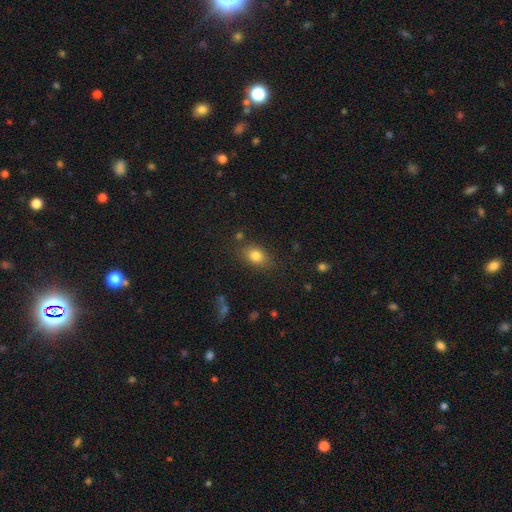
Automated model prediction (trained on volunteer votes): Morphology: type=smooth (82%); roundness=in between (72%); merging=none (77%).